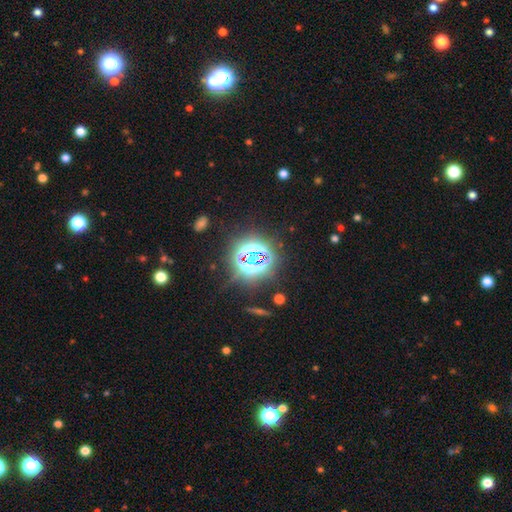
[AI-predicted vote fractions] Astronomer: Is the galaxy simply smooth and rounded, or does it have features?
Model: star or artifact — 75%.